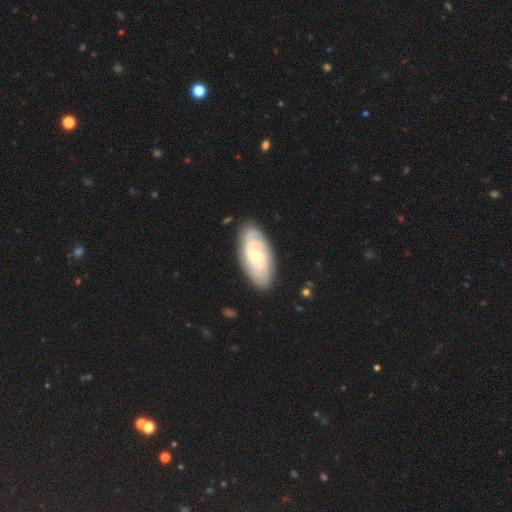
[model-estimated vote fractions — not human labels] Q: Smooth or featured?
A: featured or disk (73%); runner-up: smooth (21%)
Q: Edge-on disk?
A: no (93%); runner-up: yes (7%)
Q: Bar?
A: no (54%); runner-up: weak (38%)
Q: Spiral arms?
A: yes (93%); runner-up: no (7%)
Q: Spiral winding?
A: tight (63%); runner-up: medium (29%)
Q: Spiral arm count?
A: can't tell (40%); runner-up: 2 (27%)
Q: Bulge size?
A: small (62%); runner-up: moderate (33%)
Q: Merging?
A: none (81%); runner-up: minor disturbance (14%)